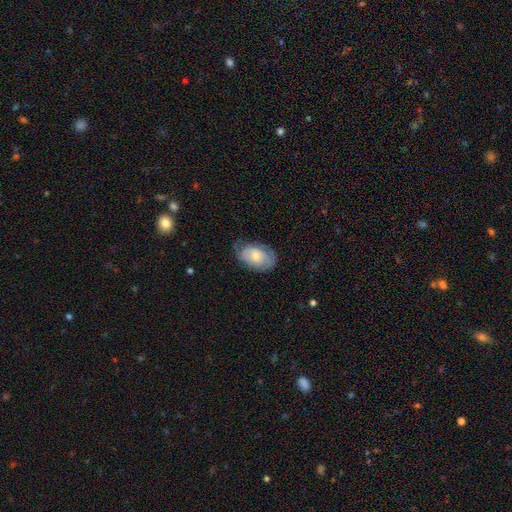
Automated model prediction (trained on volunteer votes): A smooth galaxy with no disk features (55%) that is in between round and cigar-shaped (89%).

Vote fractions:
- Smooth or featured? smooth: 55% / featured or disk: 38% / star or artifact: 6%
- How rounded? in between: 89% / round: 9% / cigar-shaped: 1%
- Merging? none: 60% / minor disturbance: 29% / major disturbance: 10% / merger: 1%